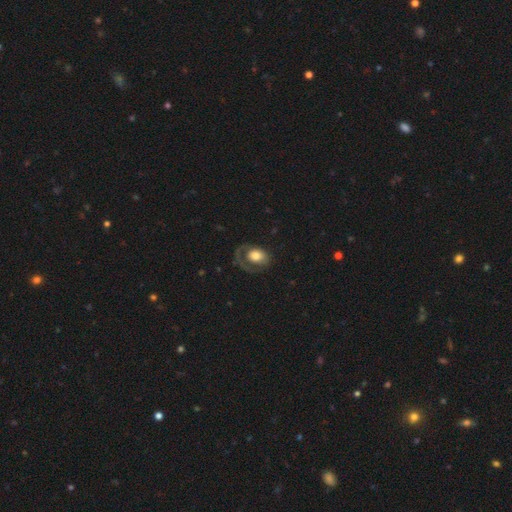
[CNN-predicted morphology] A smooth galaxy with no disk features (50%) that is in between round and cigar-shaped (65%).

Vote fractions:
- Smooth or featured? smooth: 50% / featured or disk: 42% / star or artifact: 7%
- How rounded? in between: 65% / round: 34% / cigar-shaped: 1%
- Merging? none: 44% / major disturbance: 34% / minor disturbance: 21% / merger: 2%